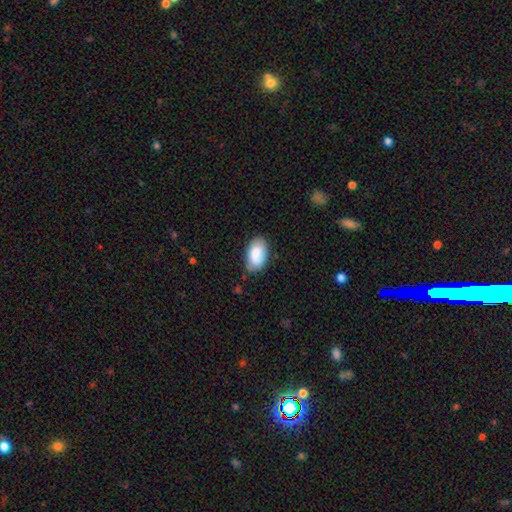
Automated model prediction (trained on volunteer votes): Smooth or featured? Predicted: smooth (p=0.80). How rounded? Predicted: in between (p=0.93). Merging? Predicted: none (p=0.75).